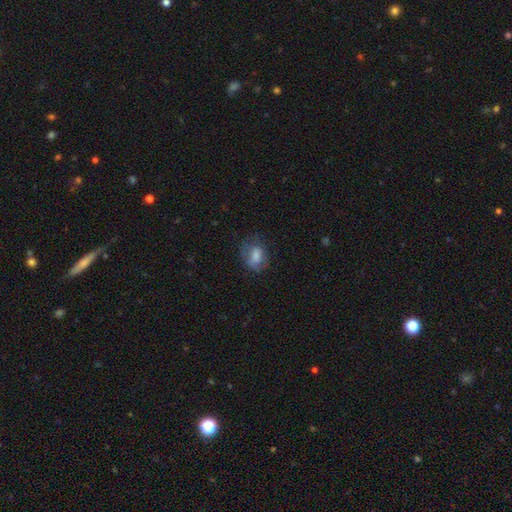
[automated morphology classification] smooth-or-featured: smooth: 73% | featured or disk: 19% | star or artifact: 9%
  how-rounded: in between: 72% | round: 26% | cigar-shaped: 2%
  merging: none: 57% | minor disturbance: 26% | major disturbance: 15% | merger: 1%